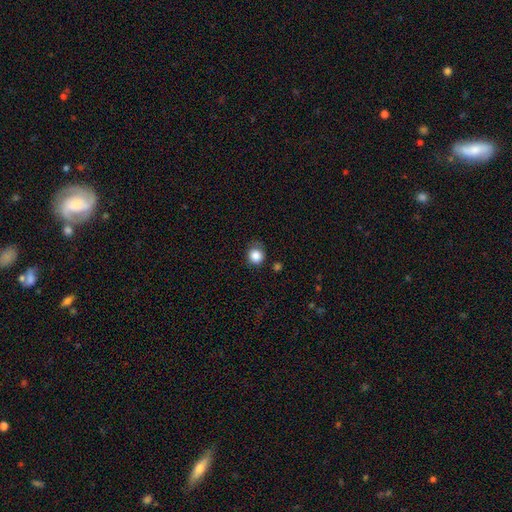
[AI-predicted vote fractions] smooth_or_featured: smooth (p=0.85) [alt: star or artifact p=0.10]
how_rounded: round (p=0.86) [alt: in between p=0.13]
merging: none (p=0.68) [alt: minor disturbance p=0.23]